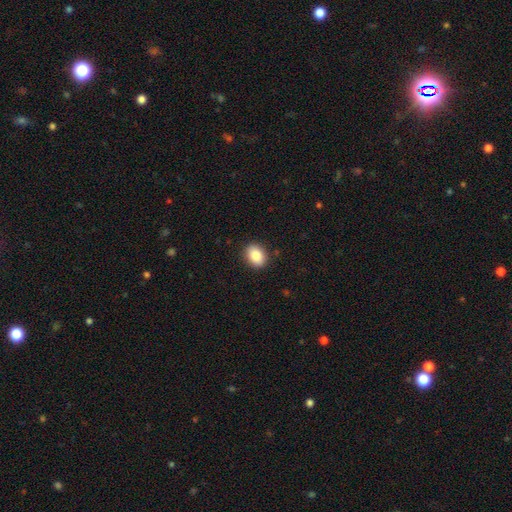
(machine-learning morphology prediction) Overall: smooth (86%). How rounded: in between (66%; round 33%). Merging: none (89%).